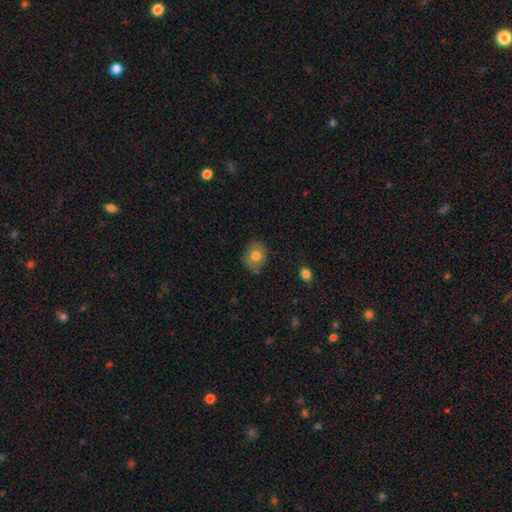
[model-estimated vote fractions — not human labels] smooth 76%, featured or disk 15%, star or artifact 9%. Down the decision tree: how rounded — round (68%); merging — none (80%).